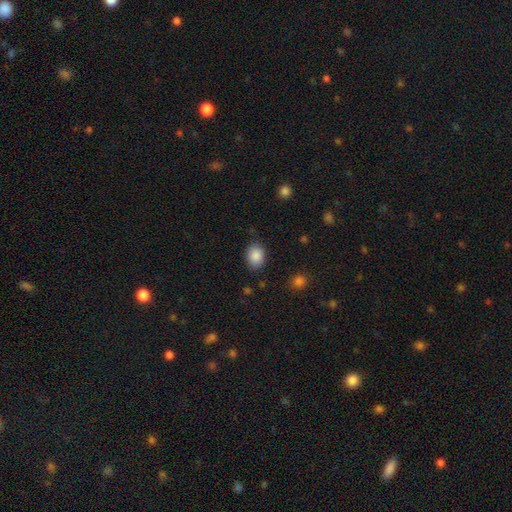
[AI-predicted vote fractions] This is clearly a smooth galaxy (88%). How rounded: likely in between (63%). Merging: clearly none (83%).